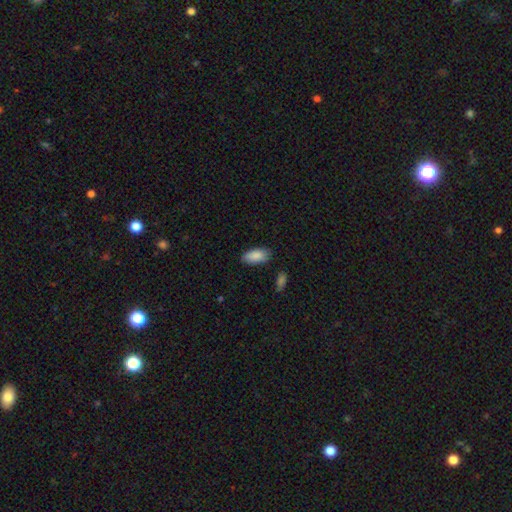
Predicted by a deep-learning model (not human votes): Smooth or featured: smooth — 89% (star or artifact — 6%)
How rounded: in between — 92% (cigar-shaped — 6%)
Merging: none — 82% (minor disturbance — 13%)